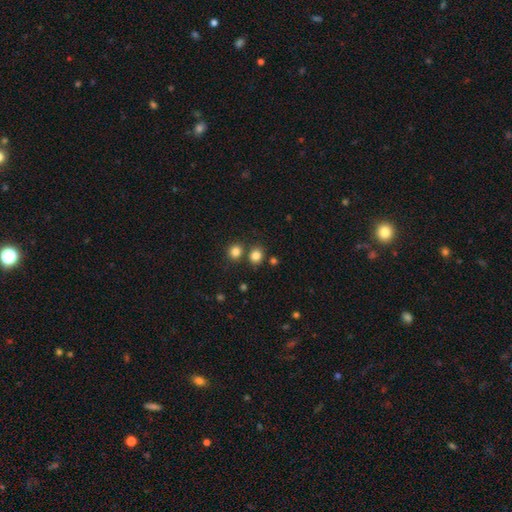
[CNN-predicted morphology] A smooth galaxy with no disk features (82%) that is round (72%). Merging: none (72%).